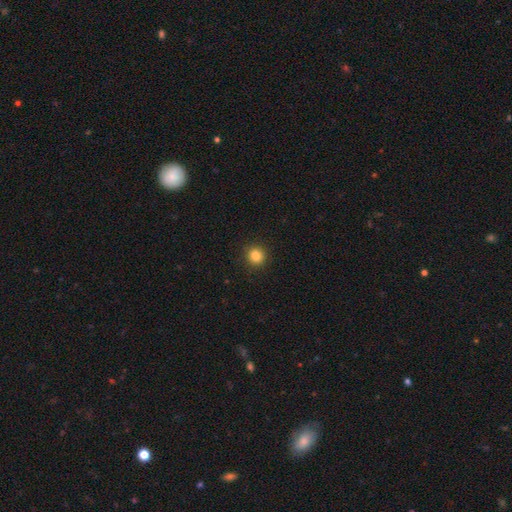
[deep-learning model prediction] Smooth or featured? Predicted: smooth (p=0.85). How rounded? Predicted: round (p=0.91). Merging? Predicted: none (p=0.92).